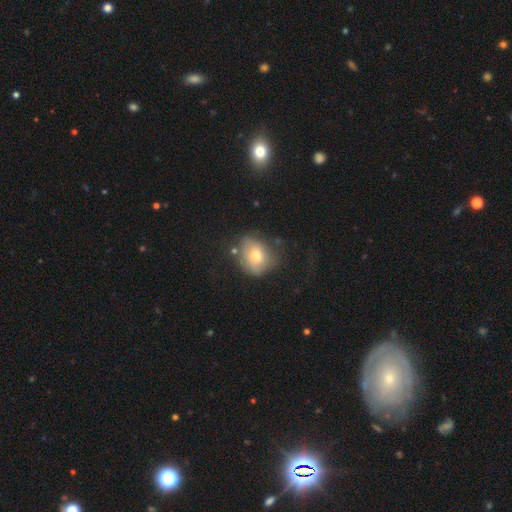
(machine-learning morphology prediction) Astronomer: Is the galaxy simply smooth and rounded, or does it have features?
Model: smooth — 68%.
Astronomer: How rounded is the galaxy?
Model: round — 64%.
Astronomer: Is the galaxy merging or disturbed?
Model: none — 56%.